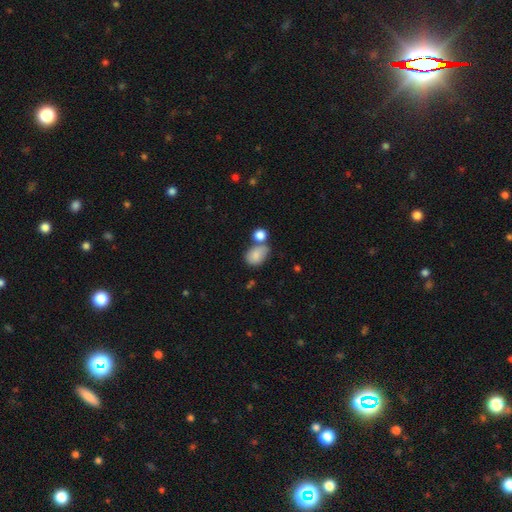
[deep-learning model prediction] A smooth galaxy with no disk features (81%) that is in between round and cigar-shaped (74%). Merging: none (38%).